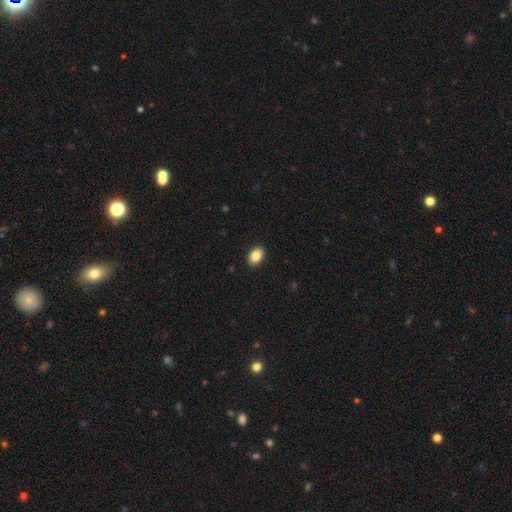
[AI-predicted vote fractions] This is clearly a smooth galaxy (87%). How rounded: clearly in between (86%). Merging: clearly none (90%).